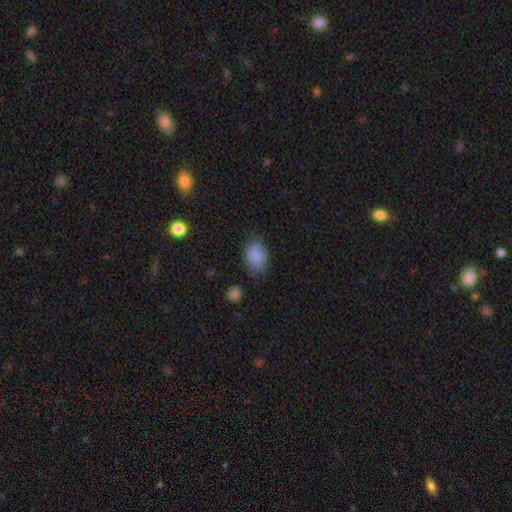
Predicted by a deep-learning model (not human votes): This appears to be a smooth galaxy with no disk features (84%) that is in between round and cigar-shaped (86%). Merging: none (67%).